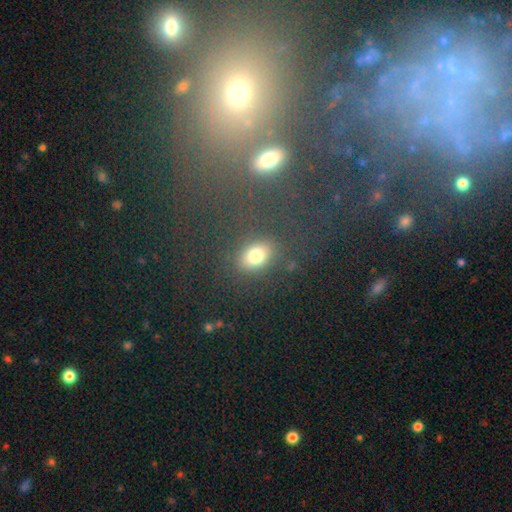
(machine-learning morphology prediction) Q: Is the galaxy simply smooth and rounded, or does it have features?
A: smooth — 72%.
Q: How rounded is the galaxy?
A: in between — 65%.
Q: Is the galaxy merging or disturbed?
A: none — 81%.